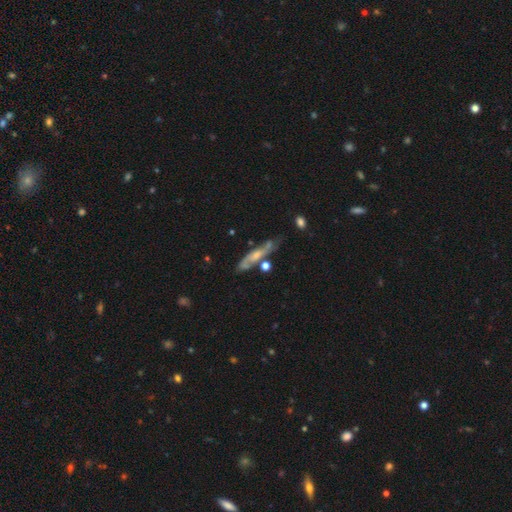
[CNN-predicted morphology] Smooth or featured? Predicted: featured or disk (p=0.64). Edge-on disk? Predicted: no (p=0.55). Merging? Predicted: none (p=0.59).